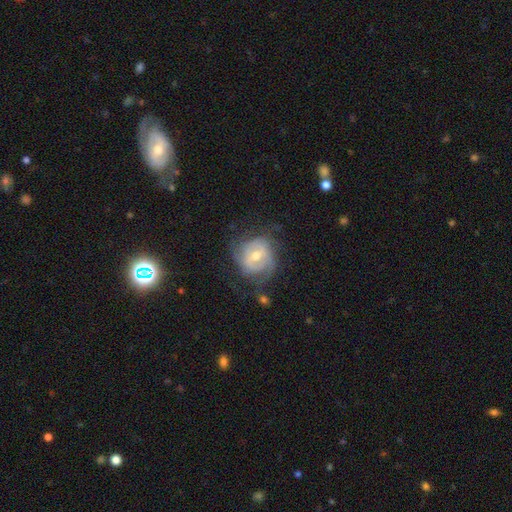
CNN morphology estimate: type=featured or disk (73%); edge-on=no (97%); bar=weak (47%); spiral arms=yes (81%); winding=tight (56%); arm count=can't tell (40%); bulge=moderate (64%); merging=none (62%).